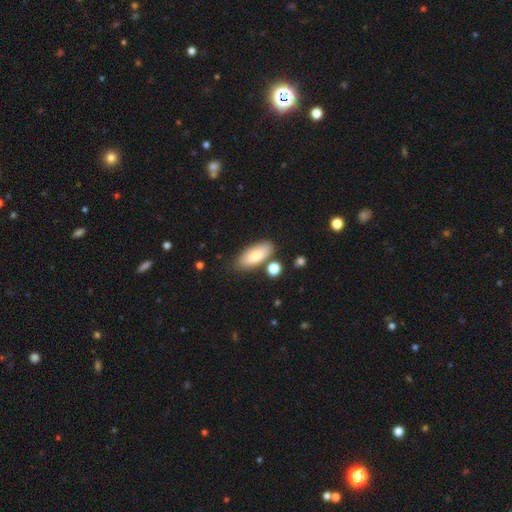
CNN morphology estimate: smooth 79%, featured or disk 14%, star or artifact 6%. Down the decision tree: how rounded — in between (82%); merging — none (76%).